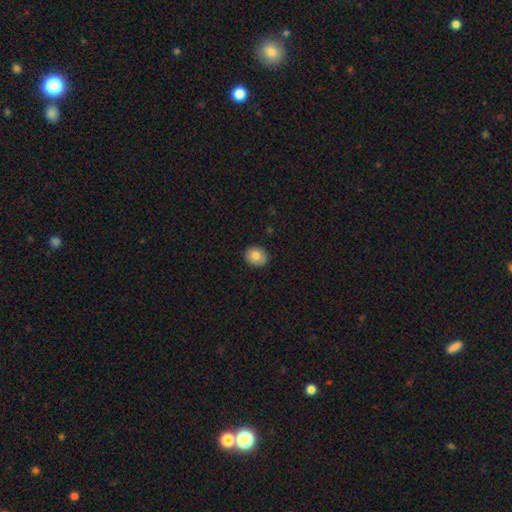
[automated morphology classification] Smooth or featured: smooth — 81% (featured or disk — 10%)
How rounded: round — 68% (in between — 31%)
Merging: none — 88% (minor disturbance — 9%)